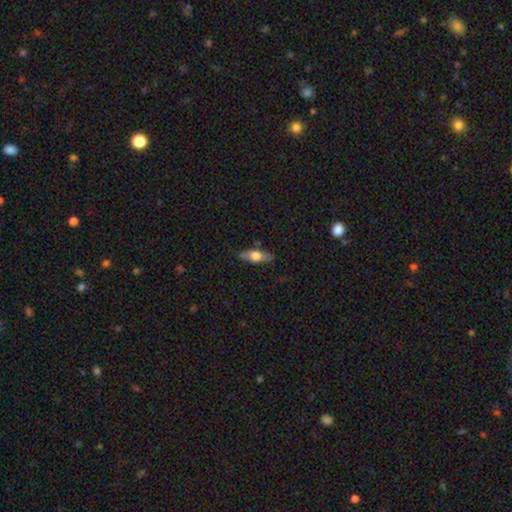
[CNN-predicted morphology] Smooth or featured: smooth — 59% (featured or disk — 35%)
How rounded: in between — 63% (cigar-shaped — 33%)
Merging: none — 82% (minor disturbance — 14%)